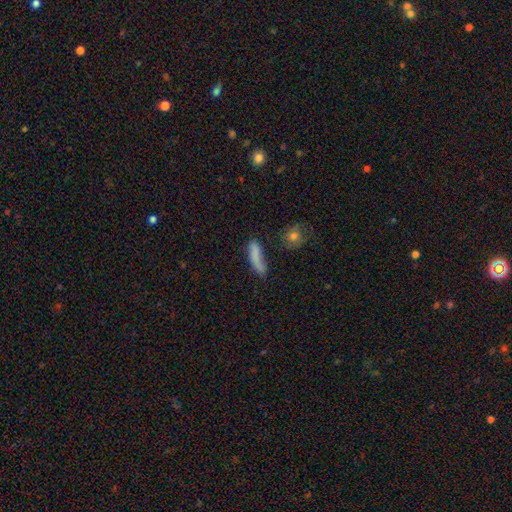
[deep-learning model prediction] A smooth galaxy with no disk features (73%) that is cigar-shaped (65%). Merging: none (53%).